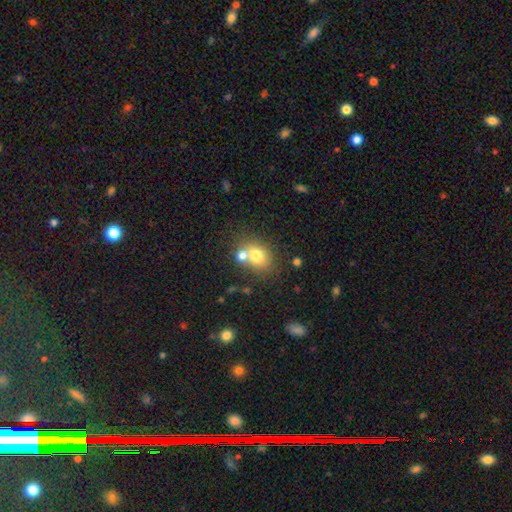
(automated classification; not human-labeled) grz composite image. It shows a smooth galaxy with no disk features (74%) that is round (52%). Merging: none (50%).